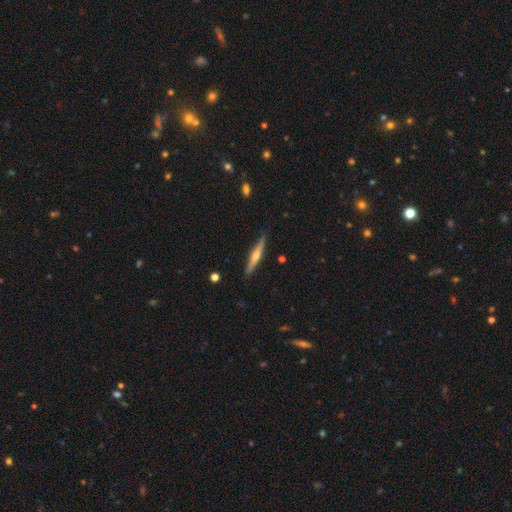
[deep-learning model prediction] A featured or disk galaxy (61%) viewed edge-on (97%) with a rounded central bulge (87%). Merging: none (89%).